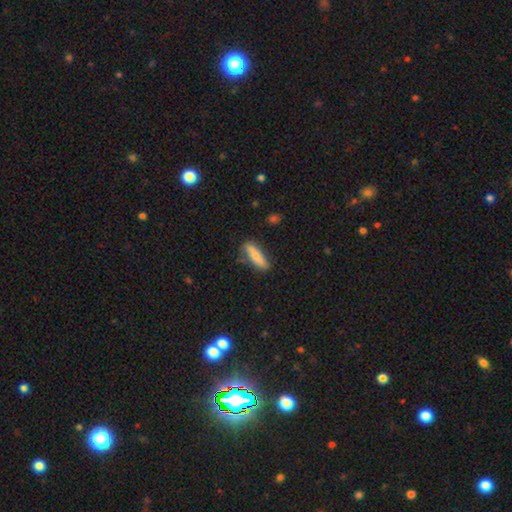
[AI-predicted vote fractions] Smooth or featured: smooth — 73% (featured or disk — 21%)
How rounded: cigar-shaped — 57% (in between — 41%)
Merging: none — 71% (minor disturbance — 21%)